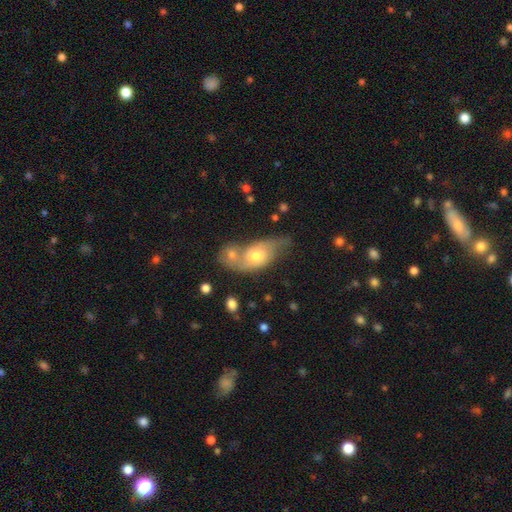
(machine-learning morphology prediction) This appears to be a smooth galaxy with no disk features (50%) that is in between round and cigar-shaped (77%). Merging: merger (48%).